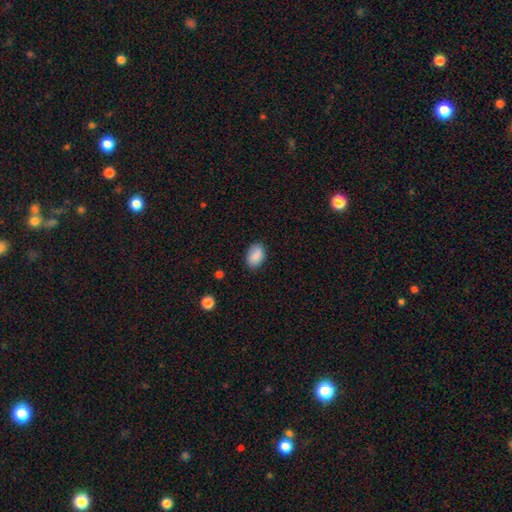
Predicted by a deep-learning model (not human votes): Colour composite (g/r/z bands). It shows a smooth galaxy with no disk features (89%) that is in between round and cigar-shaped (90%). Merging: none (85%).